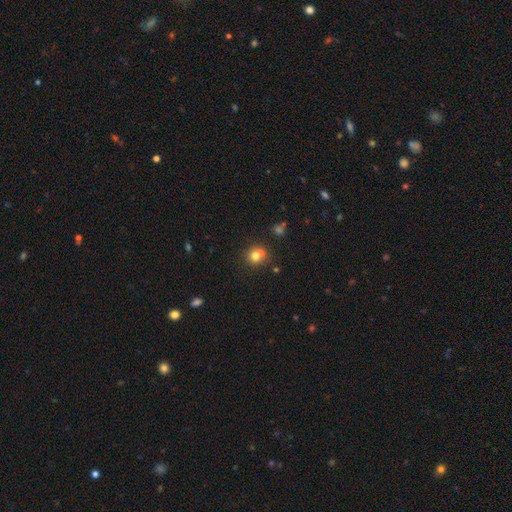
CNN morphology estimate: This is likely a smooth galaxy (77%). How rounded: clearly round (83%). Merging: likely none (66%).